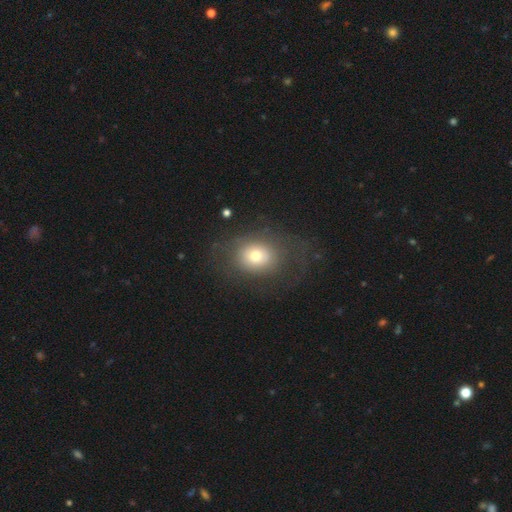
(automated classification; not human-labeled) Overall: smooth (61%; featured or disk 27%). How rounded: in between (50%; round 49%). Merging: none (66%).